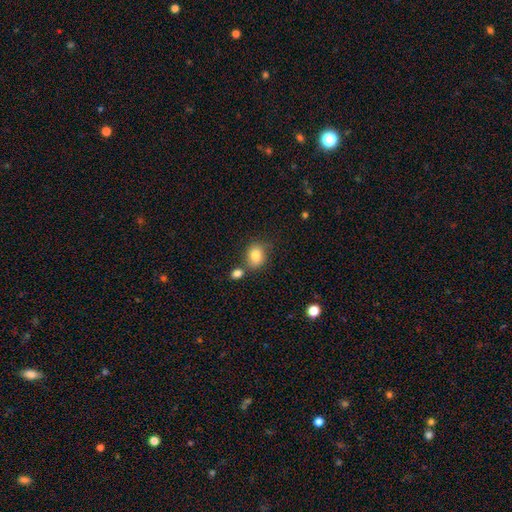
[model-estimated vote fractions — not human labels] Smooth or featured: smooth — 80% (star or artifact — 10%)
How rounded: round — 56% (in between — 43%)
Merging: none — 64% (merger — 18%)